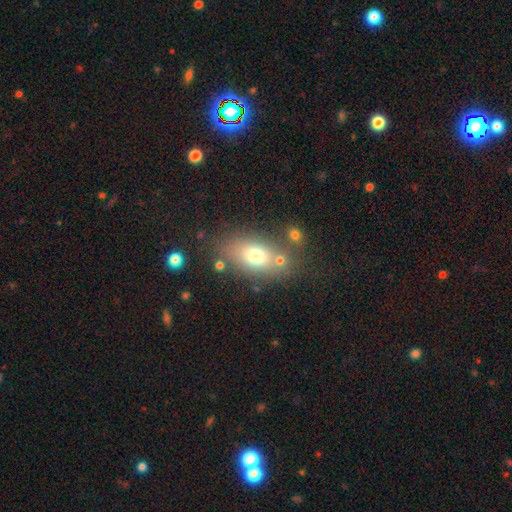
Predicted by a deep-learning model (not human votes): smooth-or-featured: smooth: 70% | featured or disk: 17% | star or artifact: 12%
  how-rounded: in between: 78% | round: 18% | cigar-shaped: 4%
  merging: none: 65% | merger: 14% | minor disturbance: 13% | major disturbance: 7%